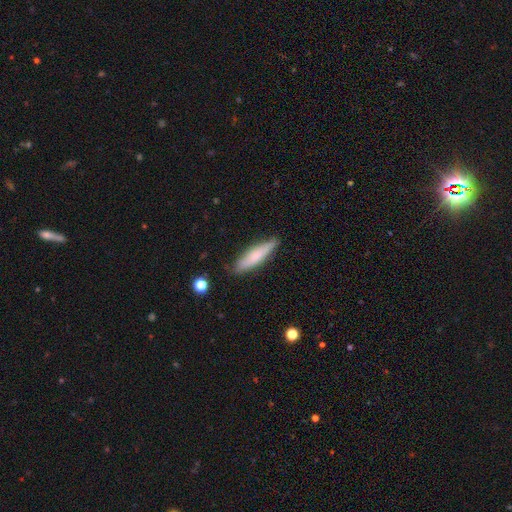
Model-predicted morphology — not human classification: smooth 70%, featured or disk 24%, star or artifact 6%. Down the decision tree: how rounded — cigar-shaped (79%); merging — none (83%).